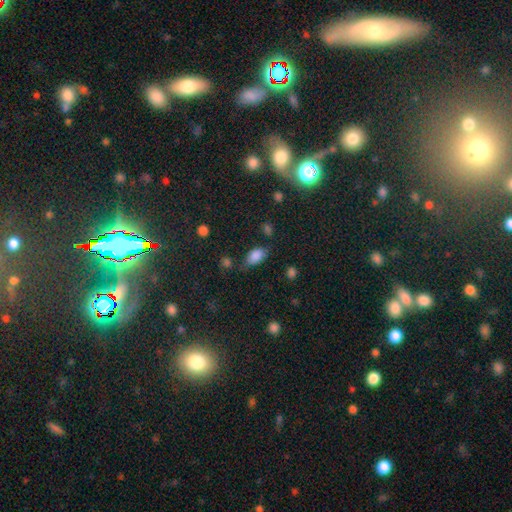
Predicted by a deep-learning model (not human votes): smooth-or-featured: smooth: 82% | star or artifact: 10% | featured or disk: 8%
  how-rounded: in between: 90% | round: 7% | cigar-shaped: 3%
  merging: none: 56% | minor disturbance: 28% | major disturbance: 10% | merger: 6%